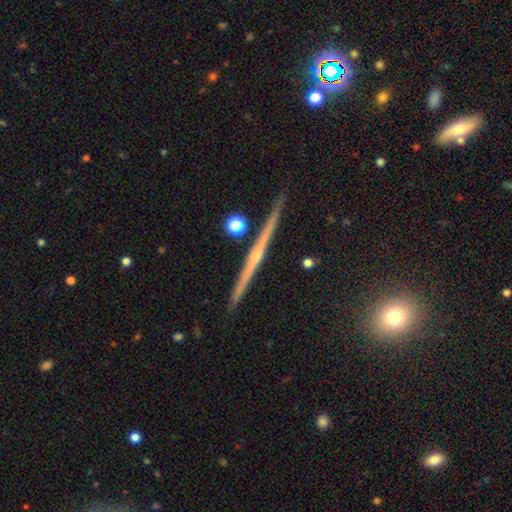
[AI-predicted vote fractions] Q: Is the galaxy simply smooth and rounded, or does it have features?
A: featured or disk — 84%.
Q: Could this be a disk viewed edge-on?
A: yes — 98%.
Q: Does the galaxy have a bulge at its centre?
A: rounded — 64%.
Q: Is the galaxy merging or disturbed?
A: none — 91%.